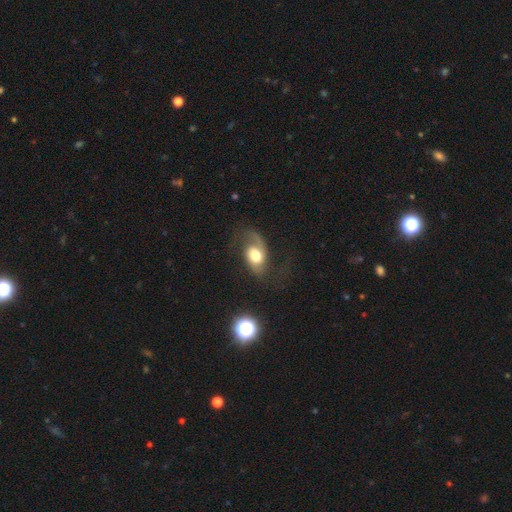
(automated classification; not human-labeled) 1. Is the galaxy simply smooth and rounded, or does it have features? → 63% featured or disk, 29% smooth, 8% star or artifact.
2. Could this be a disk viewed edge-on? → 95% no, 5% yes.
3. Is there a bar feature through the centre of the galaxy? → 68% no, 25% weak, 7% strong.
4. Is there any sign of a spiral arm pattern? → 88% yes, 12% no.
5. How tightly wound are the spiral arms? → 55% loose, 33% medium, 12% tight.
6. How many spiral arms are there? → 58% 2, 35% 1, 5% can't tell, 1% 3, 1% 4, 1% more than 4.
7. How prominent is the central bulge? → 56% moderate, 31% large, 7% small, 5% dominant, 1% none.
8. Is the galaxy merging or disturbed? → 48% none, 29% major disturbance, 21% minor disturbance, 2% merger.